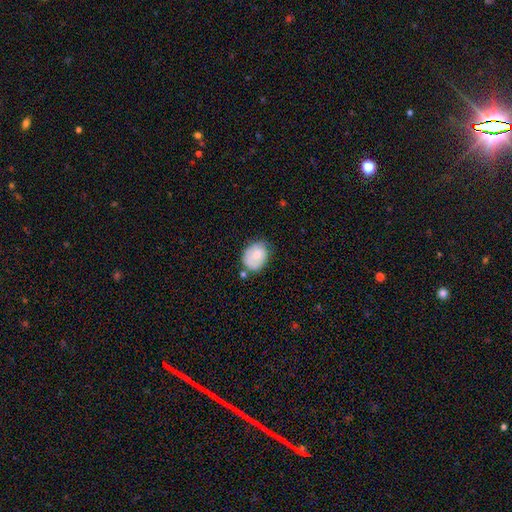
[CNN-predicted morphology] Smooth or featured: smooth — 60% (featured or disk — 33%)
How rounded: in between — 58% (round — 41%)
Merging: none — 58% (minor disturbance — 28%)